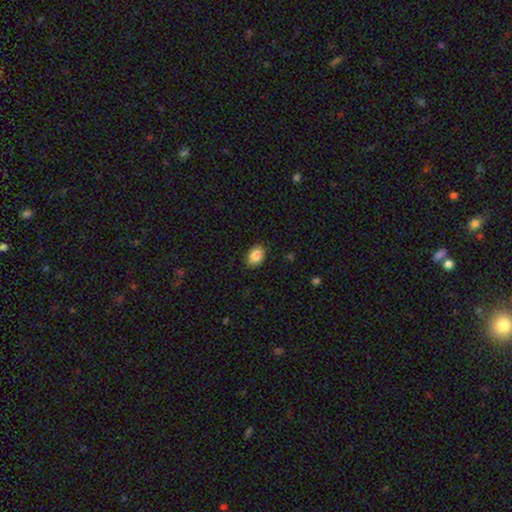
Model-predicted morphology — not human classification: The model was most divided on "how rounded": in between: 72%, round: 27%, cigar-shaped: 1%. More confident: merging — none (87%); smooth or featured — smooth (87%).